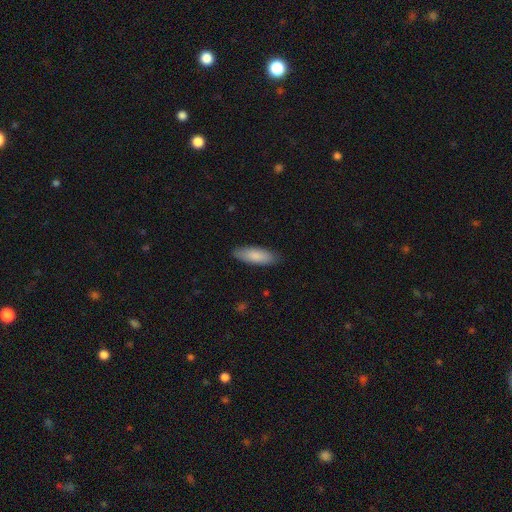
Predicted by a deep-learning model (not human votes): smooth_or_featured: smooth (p=0.86) [alt: featured or disk p=0.09]
how_rounded: in between (p=0.63) [alt: cigar-shaped p=0.36]
merging: none (p=0.86) [alt: minor disturbance p=0.11]